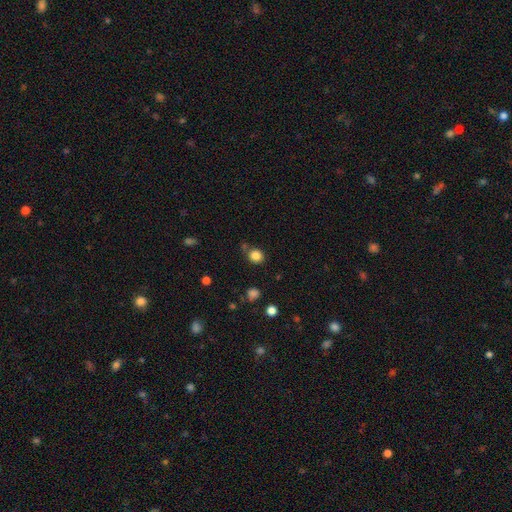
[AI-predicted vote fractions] This is clearly a smooth galaxy (84%). How rounded: likely round (79%). Merging: likely none (75%).